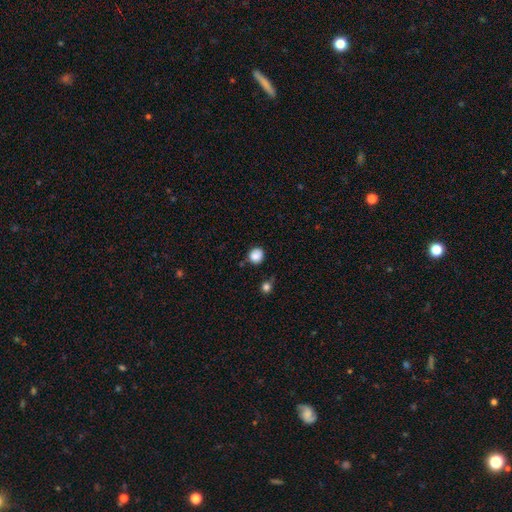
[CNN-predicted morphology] Q: Smooth or featured?
A: smooth (87%); runner-up: star or artifact (10%)
Q: How rounded?
A: round (86%); runner-up: in between (13%)
Q: Merging?
A: none (81%); runner-up: minor disturbance (12%)